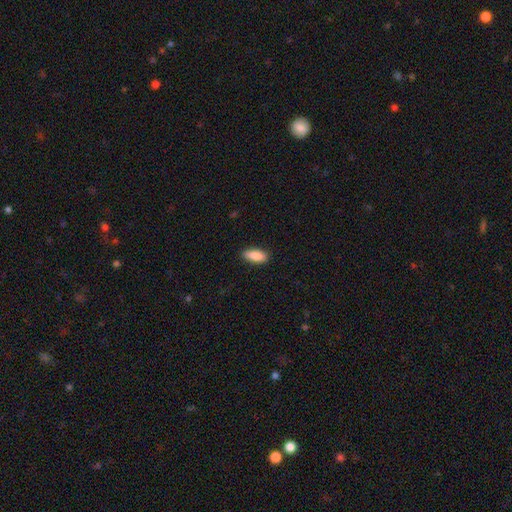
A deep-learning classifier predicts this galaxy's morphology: Overall: smooth (88%). How rounded: in between (81%). Merging: none (87%).